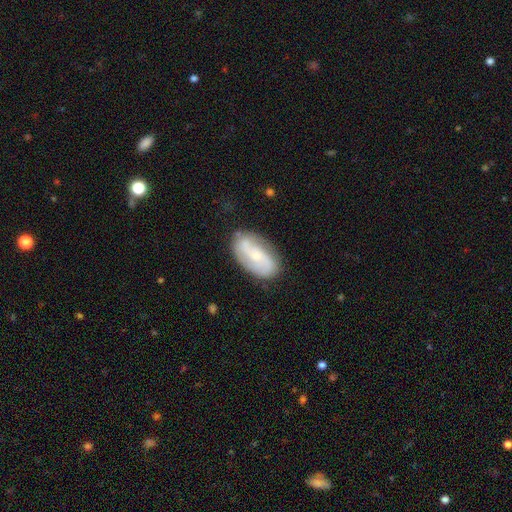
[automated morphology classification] This appears to be a featured or disk galaxy (69%) with no bar (52%), 2 (81%) medium (42%) spiral arms (89%) and a small central bulge (63%). Merging: none (77%).